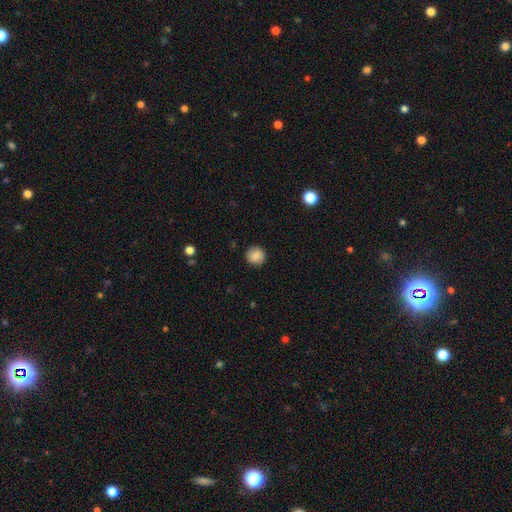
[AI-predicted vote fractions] Smooth or featured? smooth (82%)
How rounded? round (91%)
Merging? none (89%)